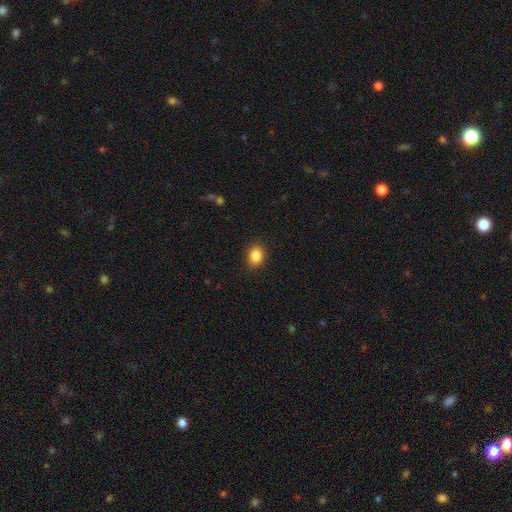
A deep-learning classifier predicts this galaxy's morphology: smooth-or-featured: smooth: 87% | star or artifact: 9% | featured or disk: 4%
  how-rounded: in between: 50% | round: 49% | cigar-shaped: 1%
  merging: none: 90% | minor disturbance: 7% | major disturbance: 2% | merger: 1%